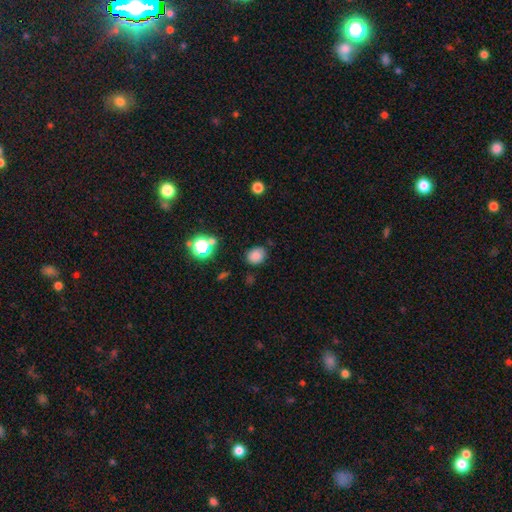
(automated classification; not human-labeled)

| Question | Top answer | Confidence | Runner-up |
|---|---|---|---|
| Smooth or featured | smooth | 81% | star or artifact (14%) |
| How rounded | round | 53% | in between (46%) |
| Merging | none | 78% | minor disturbance (16%) |